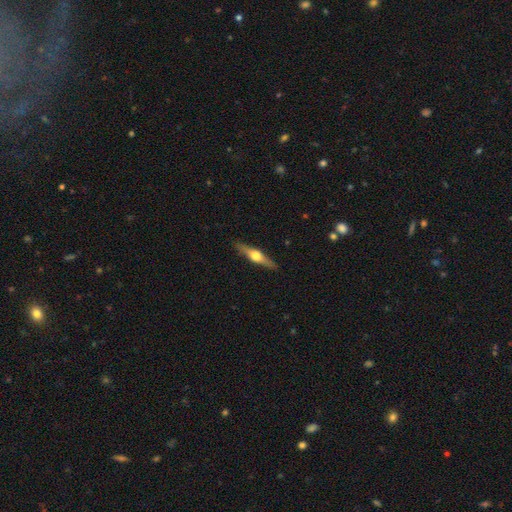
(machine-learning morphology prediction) A featured or disk galaxy (71%) viewed edge-on (97%) with a rounded central bulge (96%).

Vote fractions:
- Smooth or featured? featured or disk: 71% / smooth: 24% / star or artifact: 5%
- Edge-on disk? yes: 97% / no: 3%
- Edge-on bulge? rounded: 96% / boxy: 3% / none: 2%
- Merging? none: 91% / minor disturbance: 7% / major disturbance: 1% / merger: 1%